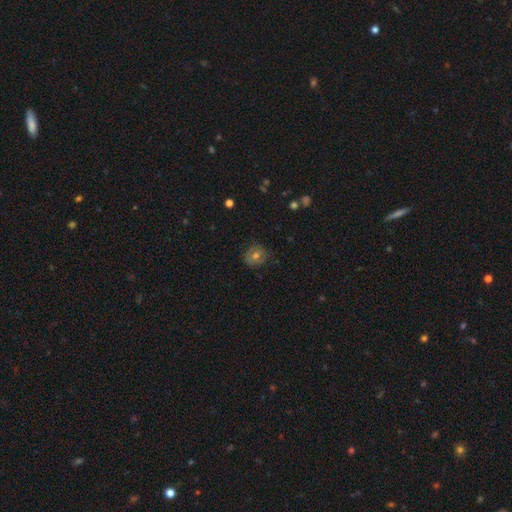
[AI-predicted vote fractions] This appears to be a smooth galaxy with no disk features (52%) that is round (77%). Merging: none (80%).